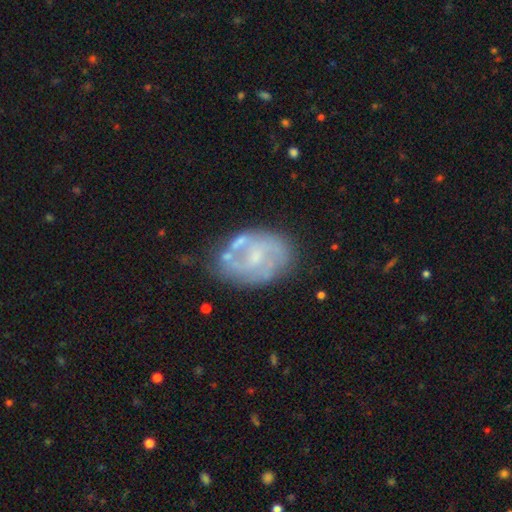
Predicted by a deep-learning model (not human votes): This appears to be a featured or disk galaxy (74%) with no bar (48%), 2 (49%) medium (44%) spiral arms (75%) and a small central bulge (55%). Merging: none (62%).